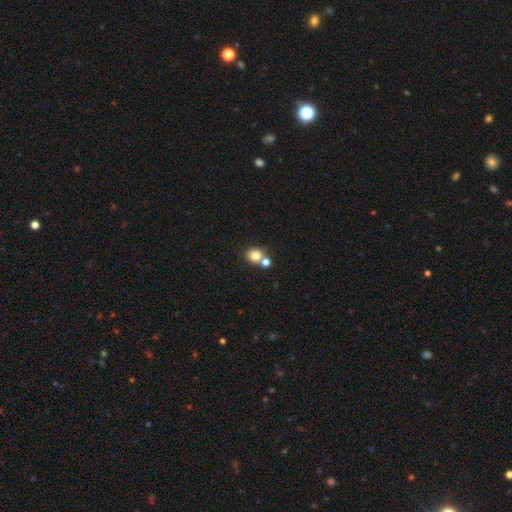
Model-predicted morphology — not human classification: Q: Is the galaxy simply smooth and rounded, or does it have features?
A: smooth — 80%.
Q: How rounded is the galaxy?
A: round — 78%.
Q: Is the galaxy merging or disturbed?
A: none — 55%.